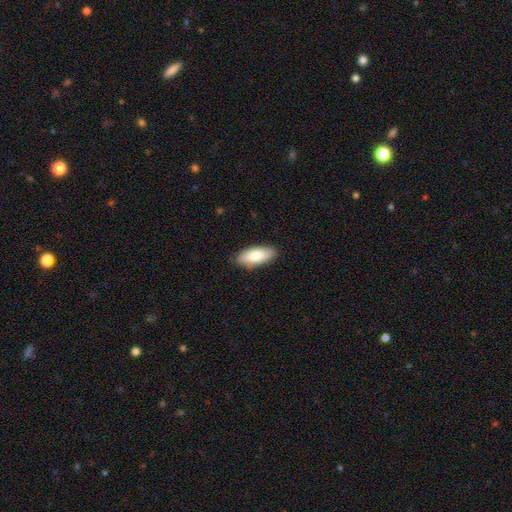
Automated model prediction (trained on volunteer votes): A smooth galaxy with no disk features (84%) that is in between round and cigar-shaped (83%). Merging: none (87%).